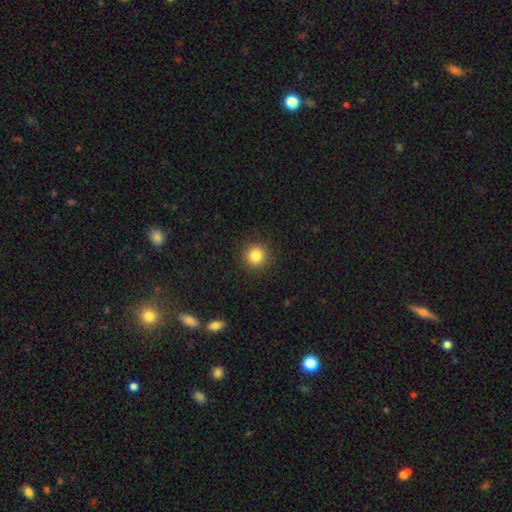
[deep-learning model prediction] A smooth galaxy with no disk features (84%) that is round (94%).

Vote fractions:
- Smooth or featured? smooth: 84% / star or artifact: 11% / featured or disk: 5%
- How rounded? round: 94% / in between: 5% / cigar-shaped: 1%
- Merging? none: 91% / minor disturbance: 6% / major disturbance: 2% / merger: 1%